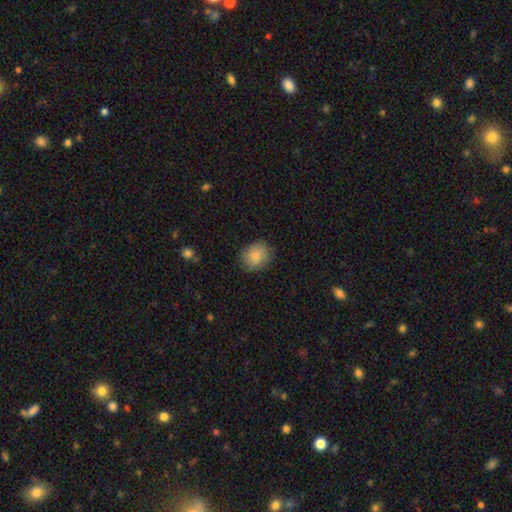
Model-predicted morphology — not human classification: Q: Smooth or featured?
A: smooth (79%); runner-up: featured or disk (14%)
Q: How rounded?
A: round (60%); runner-up: in between (39%)
Q: Merging?
A: none (77%); runner-up: minor disturbance (17%)